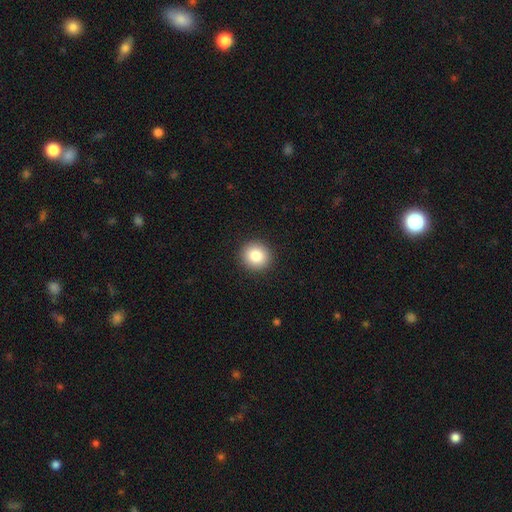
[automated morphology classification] Smooth or featured: smooth — 85% (star or artifact — 9%)
How rounded: round — 93% (in between — 6%)
Merging: none — 93% (minor disturbance — 5%)